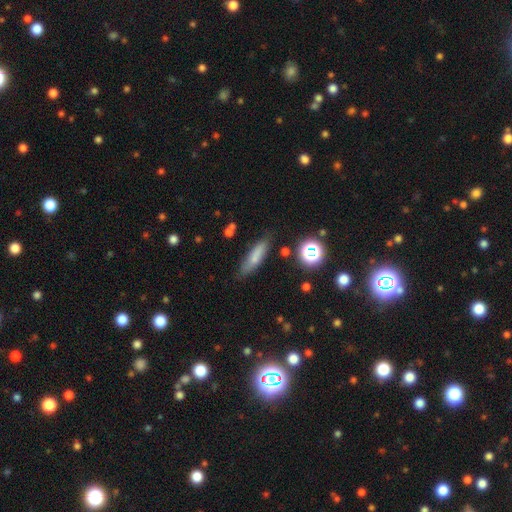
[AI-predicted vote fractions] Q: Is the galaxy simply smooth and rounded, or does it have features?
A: smooth — 73%.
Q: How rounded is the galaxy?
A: cigar-shaped — 64%.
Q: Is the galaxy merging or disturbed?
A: none — 76%.